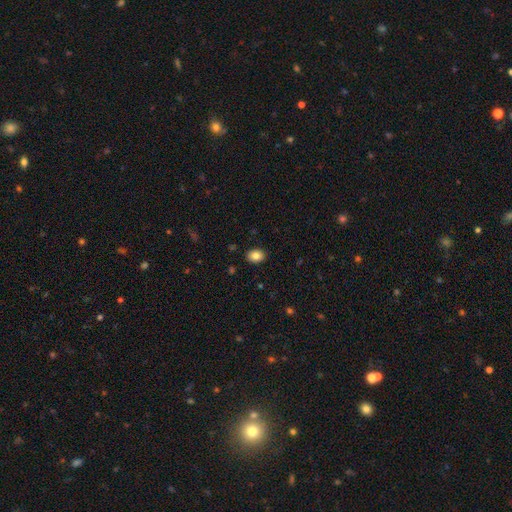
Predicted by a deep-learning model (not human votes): A smooth galaxy with no disk features (85%) that is in between round and cigar-shaped (68%). Merging: none (90%).